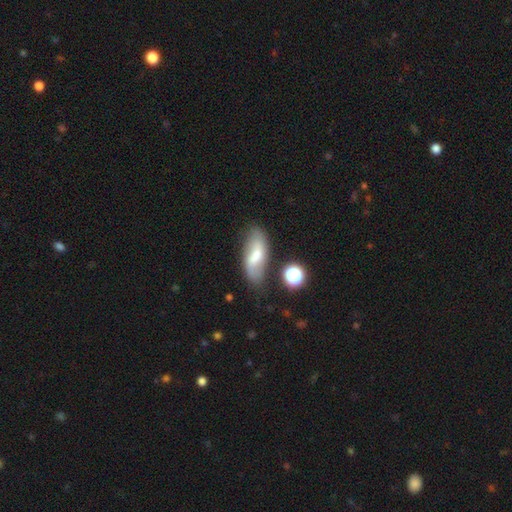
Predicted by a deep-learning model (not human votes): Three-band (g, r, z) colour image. It shows a smooth galaxy with no disk features (48%). Merging: none (69%).